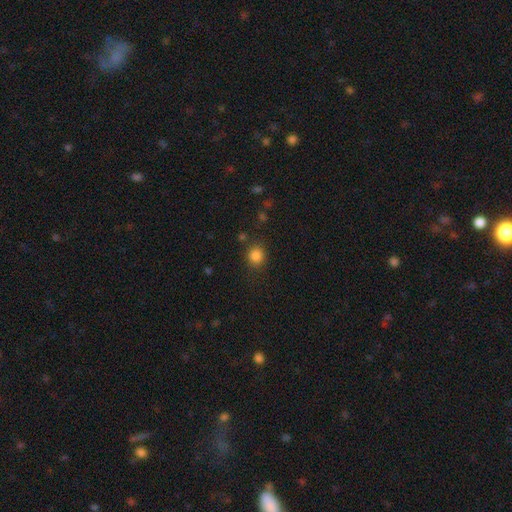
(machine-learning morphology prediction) smooth-or-featured: smooth: 84% | star or artifact: 12% | featured or disk: 4%
  how-rounded: round: 79% | in between: 20% | cigar-shaped: 1%
  merging: none: 84% | minor disturbance: 9% | major disturbance: 3% | merger: 3%